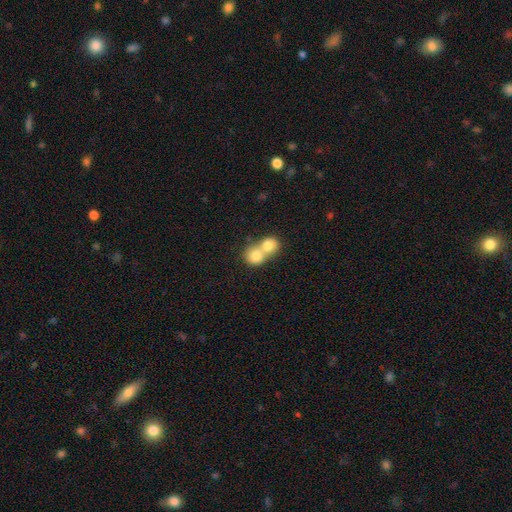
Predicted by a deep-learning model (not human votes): Smooth or featured? Predicted: smooth (p=0.77). How rounded? Predicted: round (p=0.75). Merging? Predicted: merger (p=0.74).